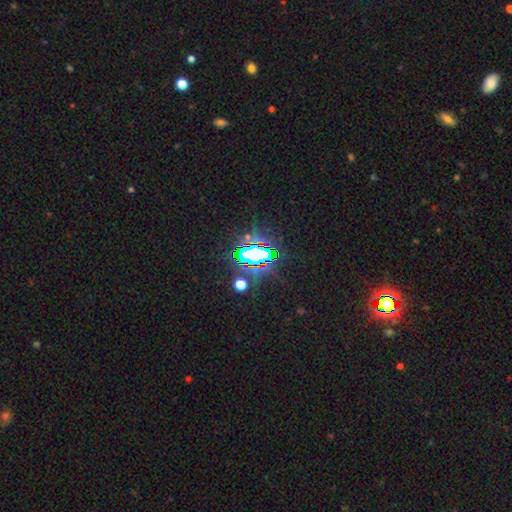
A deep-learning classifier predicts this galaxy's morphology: Smooth or featured? star or artifact (72%)